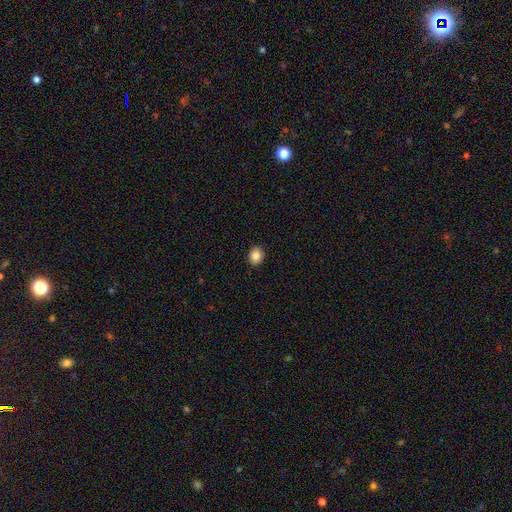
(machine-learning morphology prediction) Smooth or featured: smooth — 87% (star or artifact — 9%)
How rounded: round — 55% (in between — 44%)
Merging: none — 91% (minor disturbance — 6%)